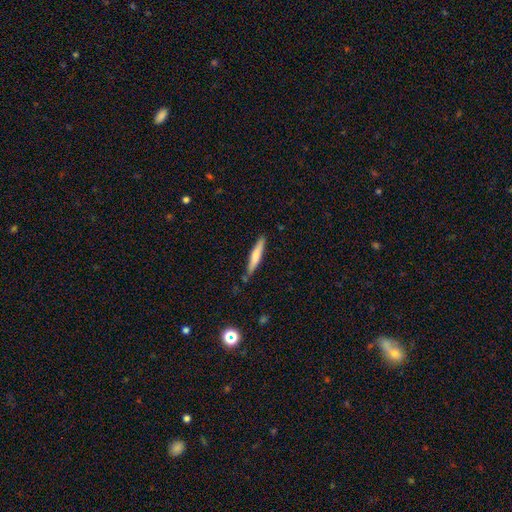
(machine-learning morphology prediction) The model was most divided on "smooth or featured": smooth: 68%, featured or disk: 27%, star or artifact: 5%. More confident: how rounded — cigar-shaped (92%); merging — none (81%).